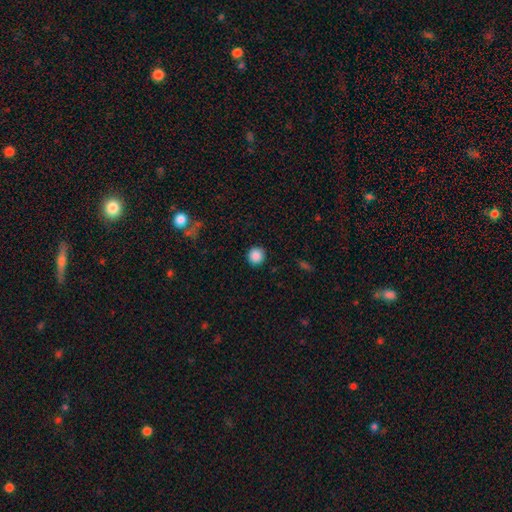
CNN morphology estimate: smooth 88%, star or artifact 10%, featured or disk 3%. Down the decision tree: how rounded — round (95%); merging — none (91%).